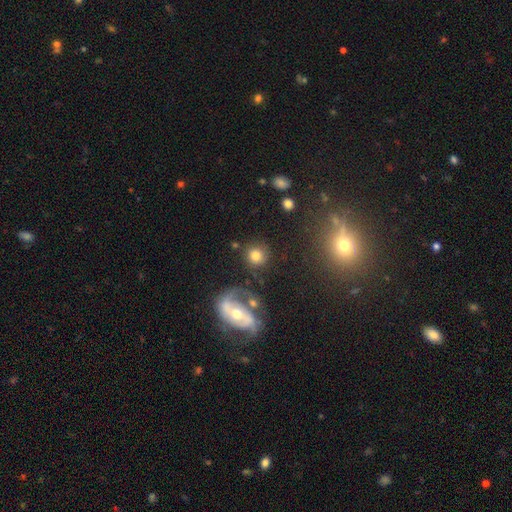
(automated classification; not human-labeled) smooth_or_featured: smooth (p=0.72) [alt: featured or disk p=0.18]
how_rounded: round (p=0.88) [alt: in between p=0.11]
merging: none (p=0.71) [alt: minor disturbance p=0.12]